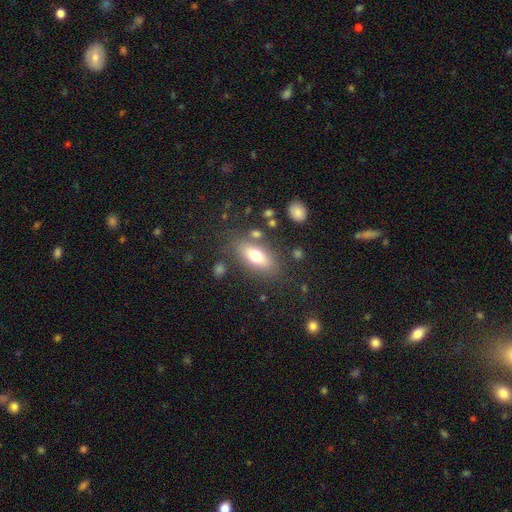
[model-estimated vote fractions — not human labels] Q: Smooth or featured?
A: smooth (70%); runner-up: featured or disk (21%)
Q: How rounded?
A: in between (78%); runner-up: cigar-shaped (16%)
Q: Merging?
A: none (76%); runner-up: minor disturbance (13%)